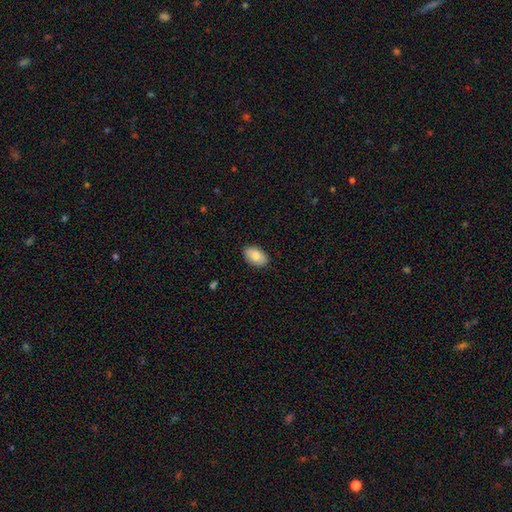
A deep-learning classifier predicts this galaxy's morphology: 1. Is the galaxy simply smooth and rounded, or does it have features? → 85% smooth, 9% featured or disk, 6% star or artifact.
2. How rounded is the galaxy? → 93% in between, 6% round, 1% cigar-shaped.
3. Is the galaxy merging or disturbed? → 88% none, 9% minor disturbance, 2% major disturbance, 1% merger.